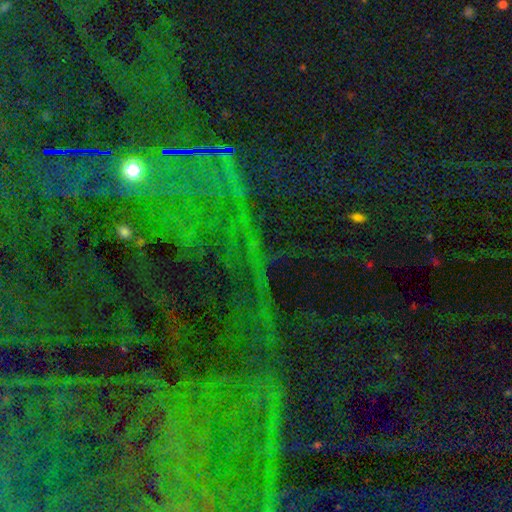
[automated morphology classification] type=star or artifact (81%).